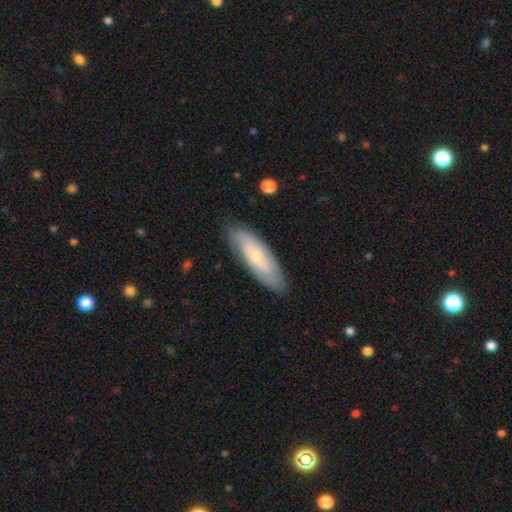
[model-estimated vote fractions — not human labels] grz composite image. It shows a smooth galaxy with no disk features (47%, tied with featured or disk). Merging: none (81%).